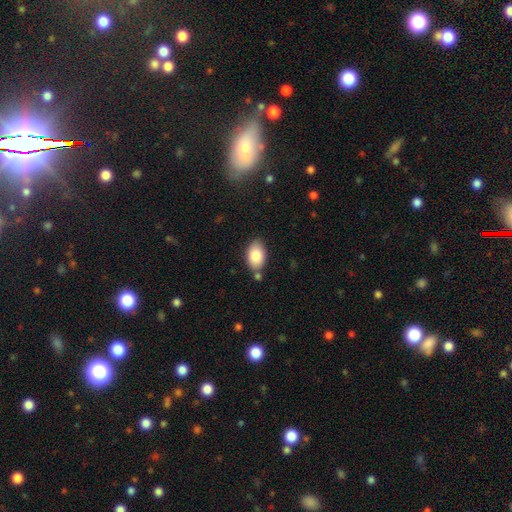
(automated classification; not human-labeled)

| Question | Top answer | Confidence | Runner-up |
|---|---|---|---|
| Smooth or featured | smooth | 85% | featured or disk (8%) |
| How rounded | in between | 91% | round (8%) |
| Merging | none | 76% | minor disturbance (14%) |